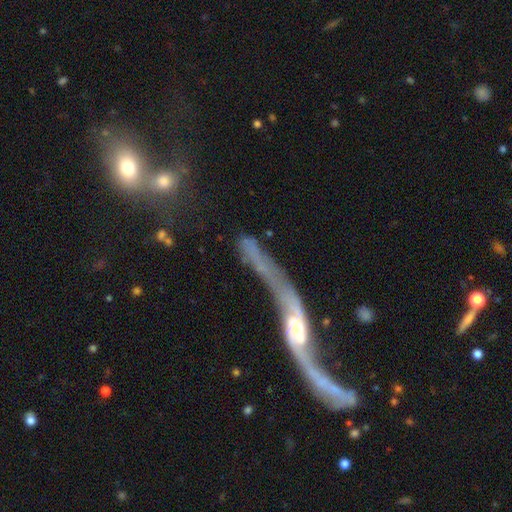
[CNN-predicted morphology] The model was most divided on "merging": none: 32%, major disturbance: 26%, merger: 26%, minor disturbance: 16%. More confident: smooth or featured — featured or disk (70%); edge-on disk — no (68%).